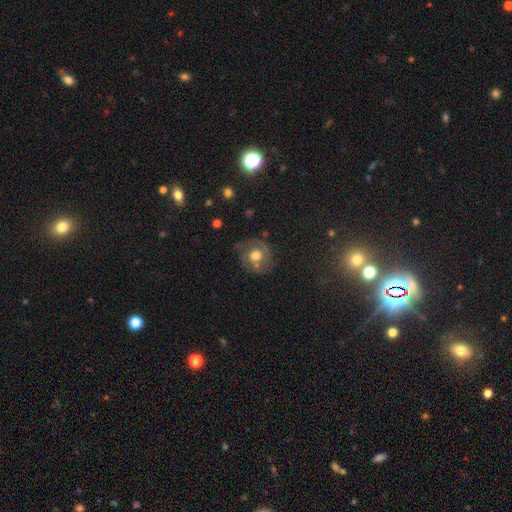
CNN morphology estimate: Smooth or featured? featured or disk (46%)
Merging? none (67%)